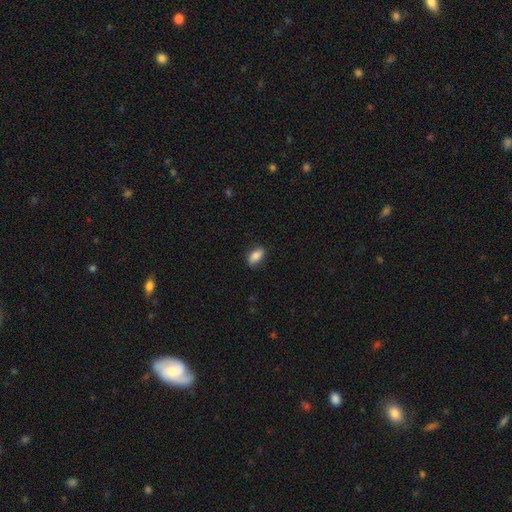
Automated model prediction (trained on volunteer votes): This appears to be a smooth galaxy with no disk features (82%) that is in between round and cigar-shaped (89%). Merging: none (83%).